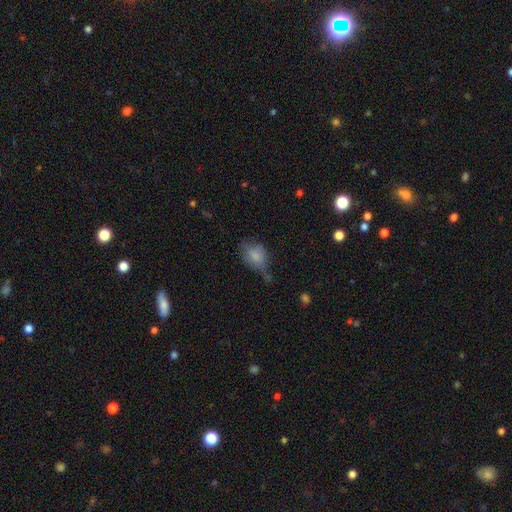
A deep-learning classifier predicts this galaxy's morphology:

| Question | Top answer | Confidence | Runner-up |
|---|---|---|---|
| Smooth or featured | smooth | 78% | featured or disk (12%) |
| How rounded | in between | 70% | round (28%) |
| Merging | none | 38% | minor disturbance (37%) |